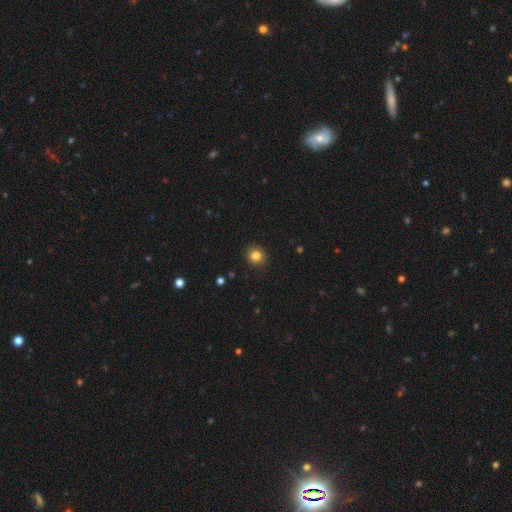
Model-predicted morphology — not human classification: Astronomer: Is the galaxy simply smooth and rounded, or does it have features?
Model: smooth — 83%.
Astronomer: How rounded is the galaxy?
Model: round — 89%.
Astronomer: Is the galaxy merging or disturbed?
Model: none — 91%.